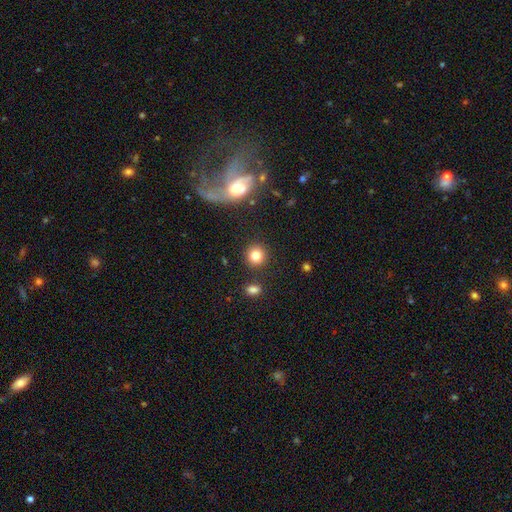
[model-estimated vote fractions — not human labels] smooth 82%, star or artifact 11%, featured or disk 7%. Down the decision tree: how rounded — round (90%); merging — none (86%).